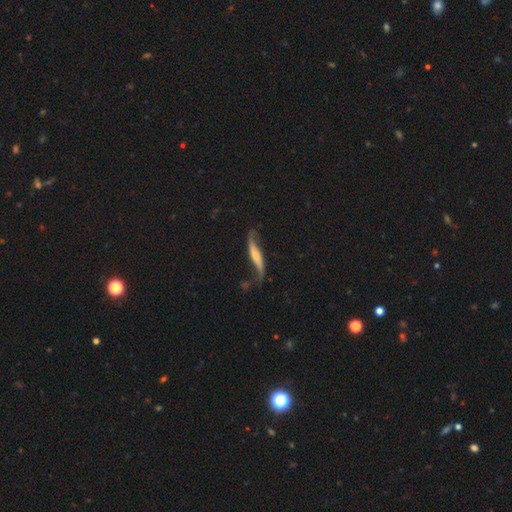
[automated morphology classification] Q: Smooth or featured?
A: featured or disk (74%); runner-up: smooth (21%)
Q: Edge-on disk?
A: no (65%); runner-up: yes (35%)
Q: Merging?
A: none (58%); runner-up: minor disturbance (23%)